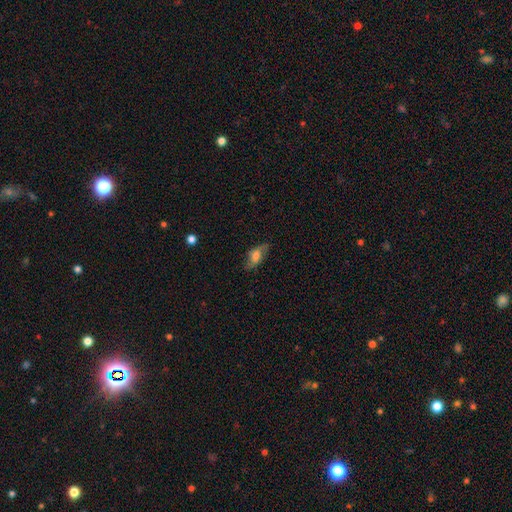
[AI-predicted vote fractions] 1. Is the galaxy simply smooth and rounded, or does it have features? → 51% smooth, 41% featured or disk, 9% star or artifact.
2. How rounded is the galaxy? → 80% in between, 14% cigar-shaped, 6% round.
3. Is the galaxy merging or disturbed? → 72% none, 20% minor disturbance, 7% major disturbance, 1% merger.